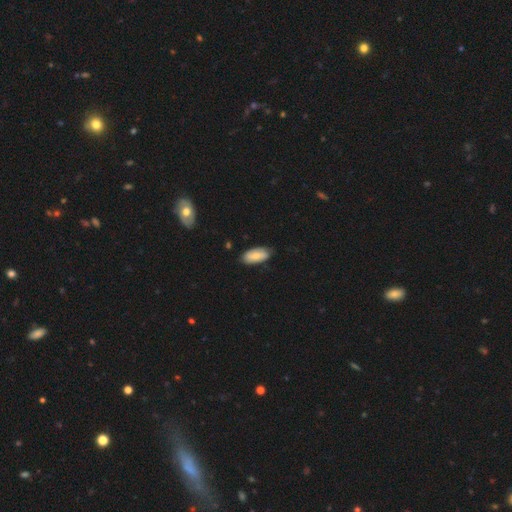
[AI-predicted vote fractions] Morphology: type=smooth (73%); roundness=in between (90%); merging=none (78%).